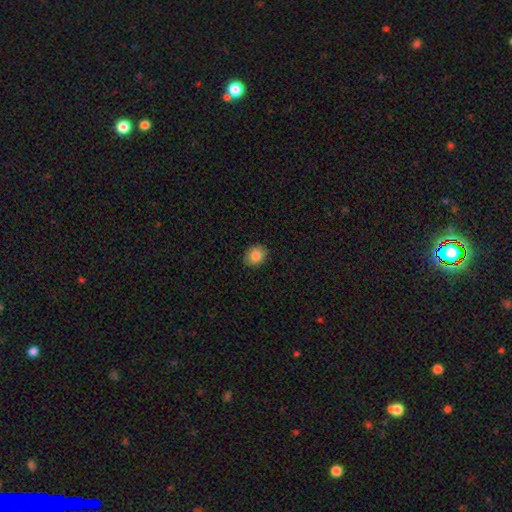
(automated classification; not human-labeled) The model was most divided on "how rounded": round: 54%, in between: 45%, cigar-shaped: 1%. More confident: merging — none (88%); smooth or featured — smooth (84%).